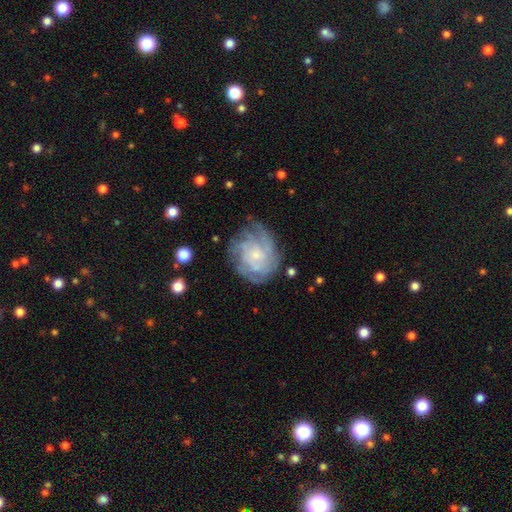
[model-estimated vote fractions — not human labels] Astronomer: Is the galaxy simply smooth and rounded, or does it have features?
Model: featured or disk — 72%.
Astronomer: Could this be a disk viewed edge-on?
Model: no — 97%.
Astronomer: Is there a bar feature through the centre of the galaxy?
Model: no — 75%.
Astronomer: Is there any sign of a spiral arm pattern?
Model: yes — 87%.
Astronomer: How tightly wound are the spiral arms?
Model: tight — 58%.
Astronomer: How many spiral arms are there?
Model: can't tell — 50%.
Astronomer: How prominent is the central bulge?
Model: small — 57%.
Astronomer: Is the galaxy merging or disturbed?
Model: none — 66%.